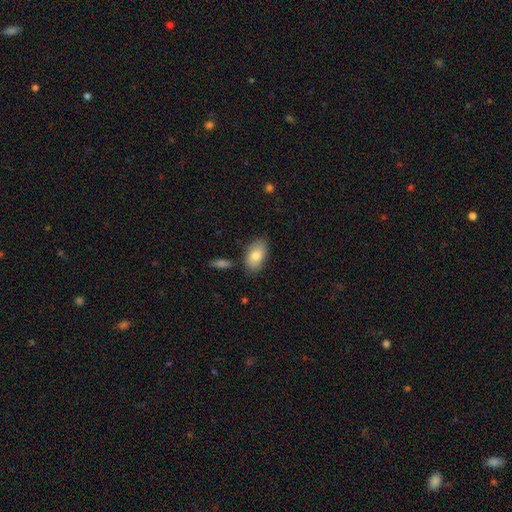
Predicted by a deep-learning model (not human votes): smooth-or-featured: smooth: 80% | featured or disk: 14% | star or artifact: 6%
  how-rounded: in between: 93% | round: 6% | cigar-shaped: 2%
  merging: none: 78% | minor disturbance: 15% | merger: 4% | major disturbance: 3%